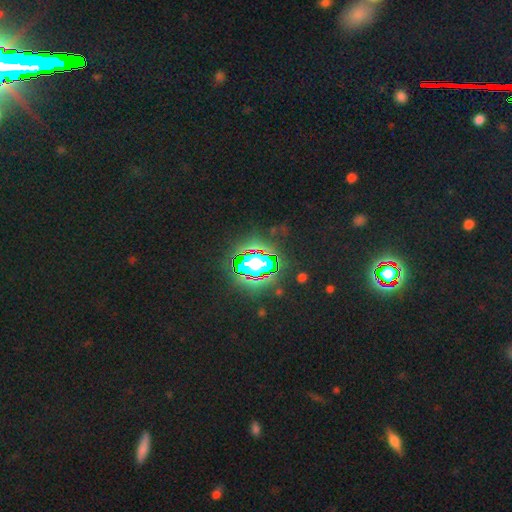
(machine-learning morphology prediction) A star or artifact, not a galaxy (77%).